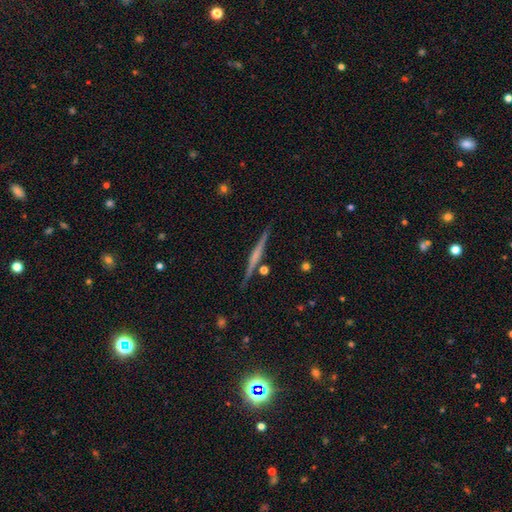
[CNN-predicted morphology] The model was most divided on "edge-on bulge": none: 53%, rounded: 33%, boxy: 14%. More confident: edge-on disk — yes (98%); merging — none (89%); smooth or featured — featured or disk (68%).